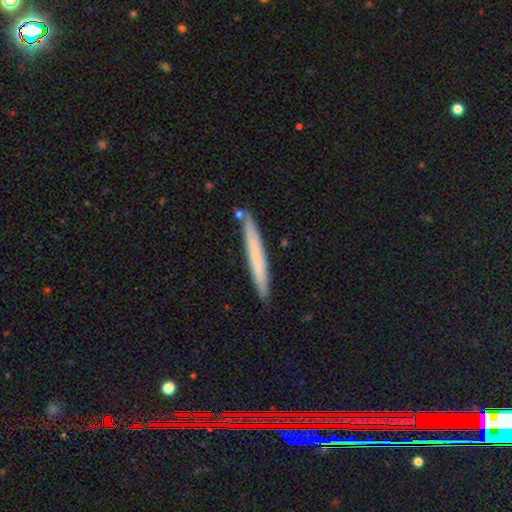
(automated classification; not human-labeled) Smooth or featured? smooth (63%)
How rounded? cigar-shaped (97%)
Merging? none (86%)